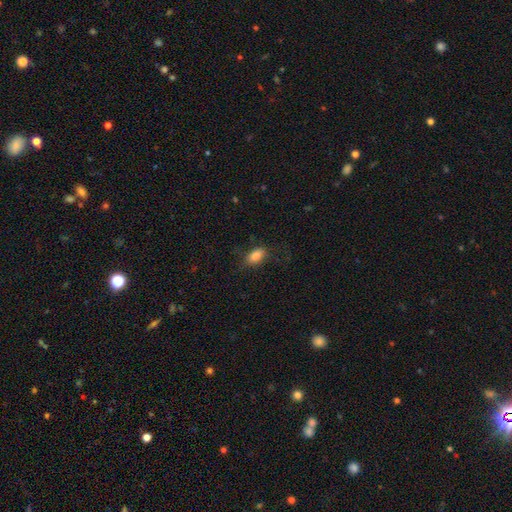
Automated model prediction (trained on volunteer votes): Smooth or featured: smooth — 83% (star or artifact — 9%)
How rounded: in between — 89% (round — 7%)
Merging: none — 74% (minor disturbance — 17%)